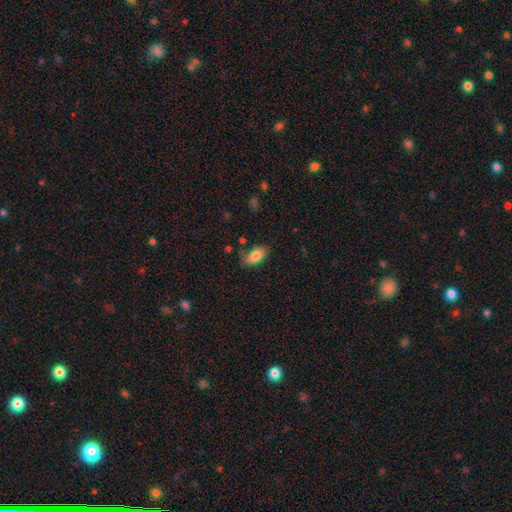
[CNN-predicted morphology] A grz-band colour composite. It shows a smooth galaxy with no disk features (83%) that is in between round and cigar-shaped (90%). Merging: none (75%).